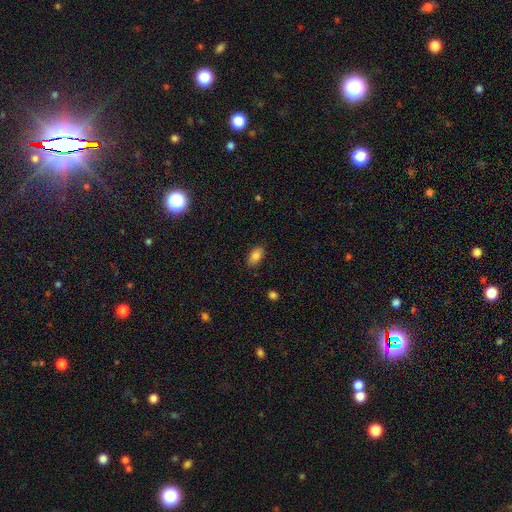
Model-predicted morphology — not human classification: type=smooth (84%); roundness=in between (91%); merging=none (86%).